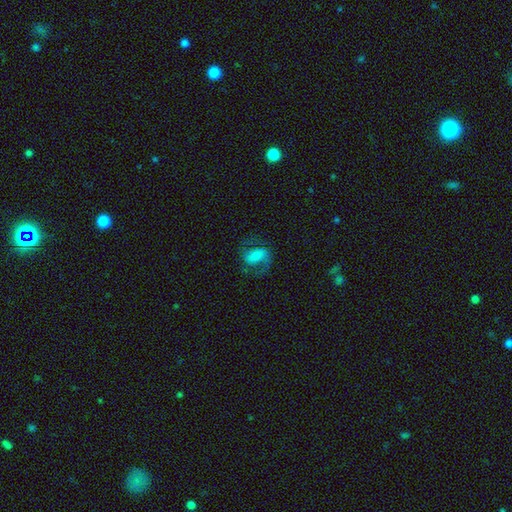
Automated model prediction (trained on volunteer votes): smooth-or-featured: featured or disk: 67% | smooth: 25% | star or artifact: 8%
  disk-edge-on: no: 97% | yes: 3%
    bar: weak: 41% | no: 29% | strong: 29%
    has-spiral-arms: yes: 90% | no: 10%
      spiral-winding: medium: 55% | loose: 30% | tight: 15%
      spiral-arm-count: 2: 84% | 1: 9% | can't tell: 5% | 3: 1% | 4: 1% | more than 4: 1%
    bulge-size: moderate: 41% | small: 32% | large: 16% | none: 8% | dominant: 3%
  merging: none: 65% | major disturbance: 17% | minor disturbance: 16% | merger: 2%